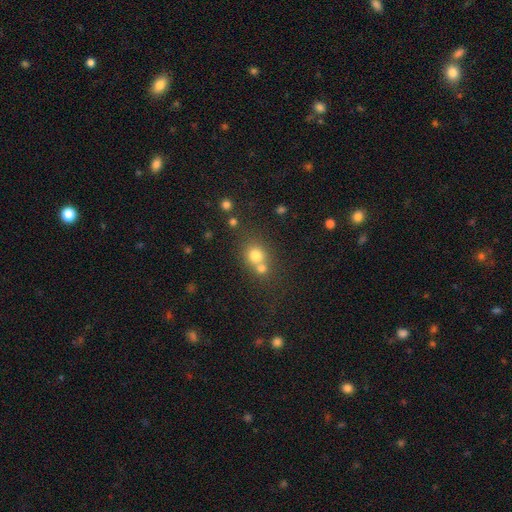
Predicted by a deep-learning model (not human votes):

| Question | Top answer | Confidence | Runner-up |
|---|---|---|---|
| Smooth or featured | smooth | 75% | star or artifact (14%) |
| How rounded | round | 80% | in between (19%) |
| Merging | merger | 46% | none (43%) |